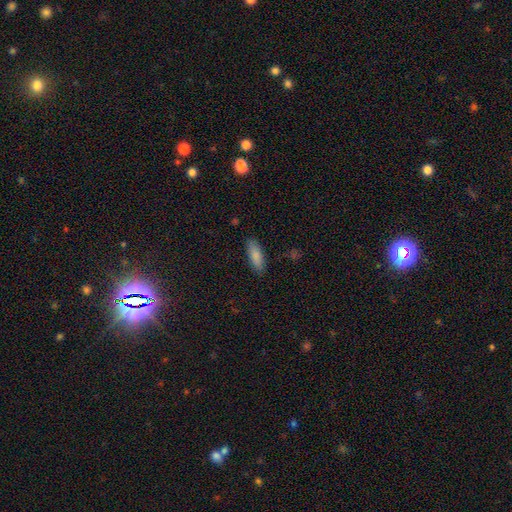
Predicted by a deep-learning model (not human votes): smooth 85%, featured or disk 9%, star or artifact 7%. Down the decision tree: how rounded — in between (62%); merging — none (87%).